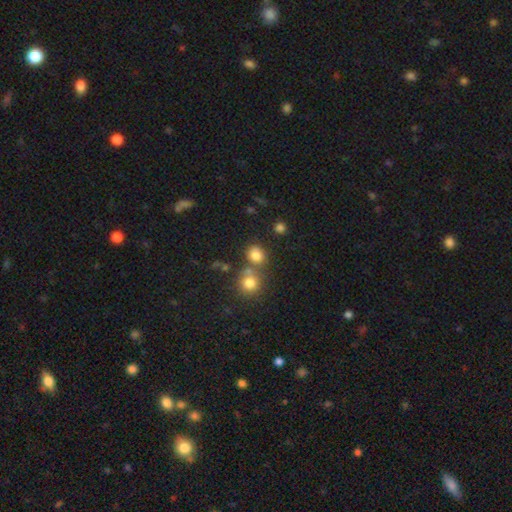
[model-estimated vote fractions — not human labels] This is likely a smooth galaxy (79%). How rounded: likely round (70%). Merging: likely none (62%).